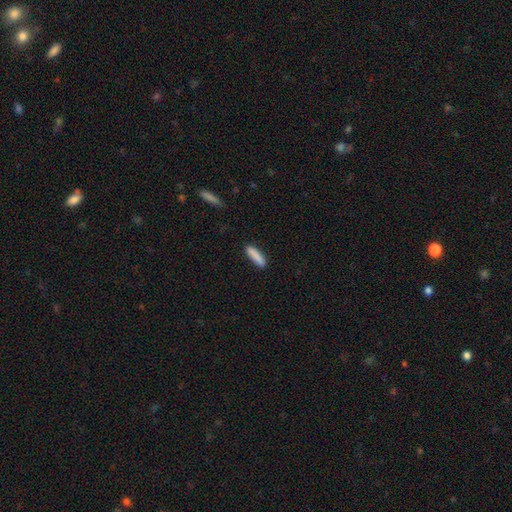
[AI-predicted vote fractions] This appears to be a smooth galaxy with no disk features (87%) that is cigar-shaped (77%). Merging: none (89%).